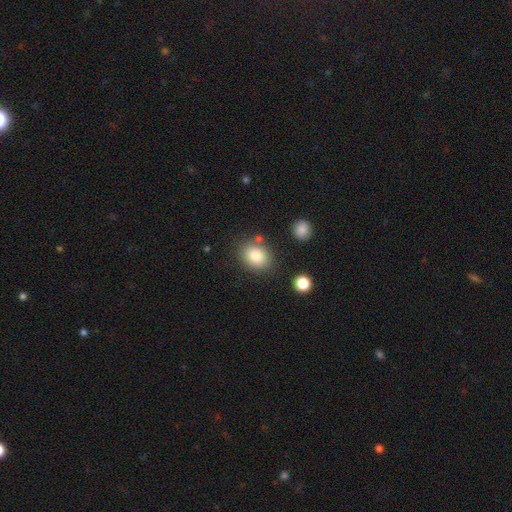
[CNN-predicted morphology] Smooth or featured? smooth (82%)
How rounded? round (52%)
Merging? none (78%)